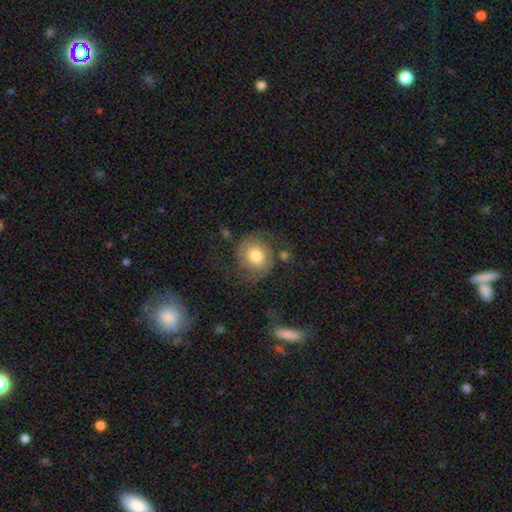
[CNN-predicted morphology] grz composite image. It shows a featured or disk galaxy (59%) with no bar (77%), 2 (74%) medium (40%) spiral arms (88%) and a moderate central bulge (62%). Merging: none (64%).